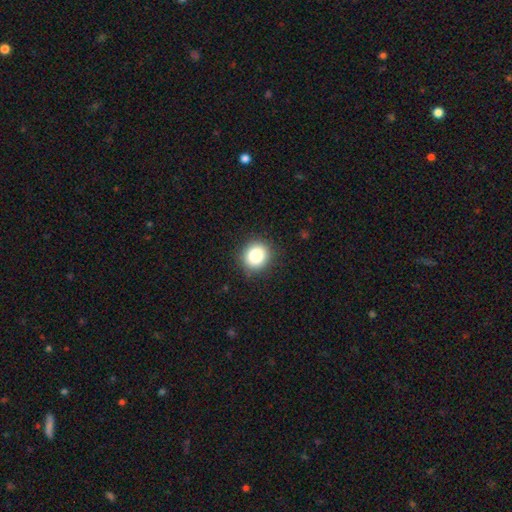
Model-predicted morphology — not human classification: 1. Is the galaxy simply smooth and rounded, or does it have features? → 86% smooth, 9% star or artifact, 5% featured or disk.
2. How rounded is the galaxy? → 83% round, 16% in between, 1% cigar-shaped.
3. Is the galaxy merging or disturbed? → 88% none, 9% minor disturbance, 2% major disturbance, 1% merger.